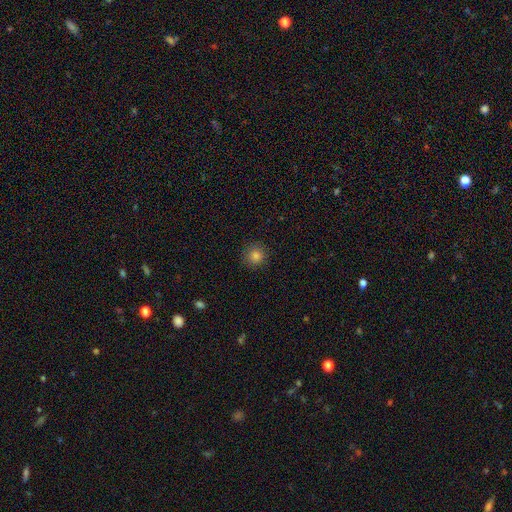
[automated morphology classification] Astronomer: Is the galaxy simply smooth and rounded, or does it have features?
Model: smooth — 82%.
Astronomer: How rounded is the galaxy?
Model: round — 94%.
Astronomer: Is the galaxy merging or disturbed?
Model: none — 91%.